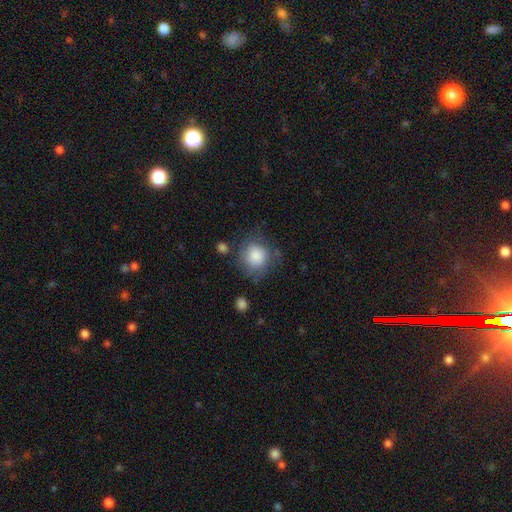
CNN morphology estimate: A smooth galaxy with no disk features (82%) that is round (81%).

Vote fractions:
- Smooth or featured? smooth: 82% / featured or disk: 10% / star or artifact: 8%
- How rounded? round: 81% / in between: 18% / cigar-shaped: 1%
- Merging? none: 65% / minor disturbance: 22% / major disturbance: 9% / merger: 4%